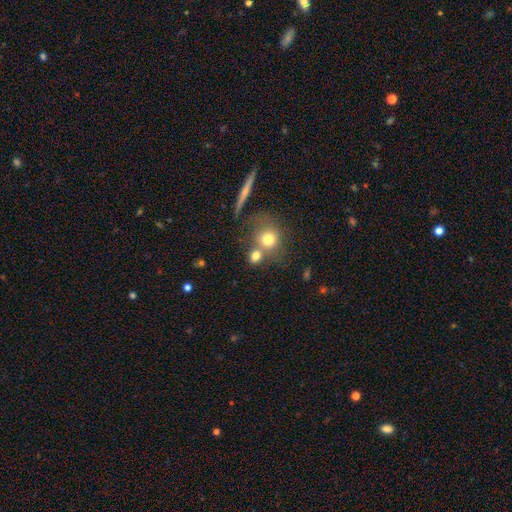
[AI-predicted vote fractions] Morphology: type=smooth (75%); roundness=round (69%); merging=none (49%).